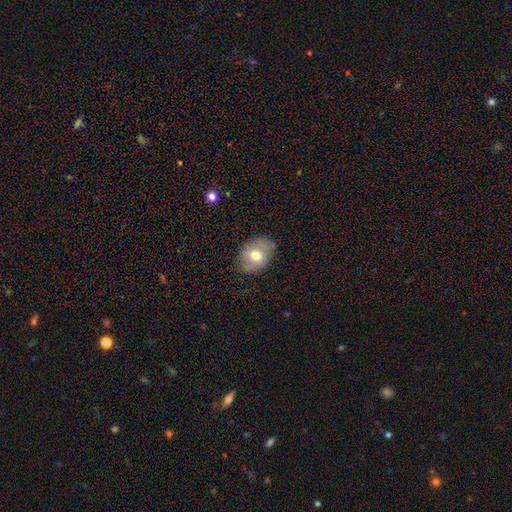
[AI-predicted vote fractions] Smooth or featured? smooth (63%)
How rounded? in between (66%)
Merging? none (76%)